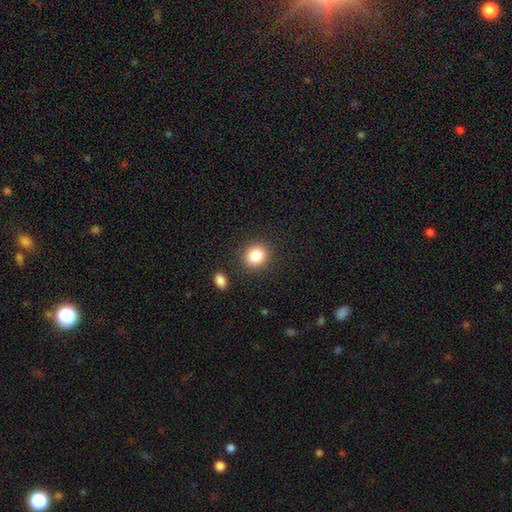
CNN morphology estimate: smooth 85%, star or artifact 10%, featured or disk 6%. Down the decision tree: how rounded — round (76%); merging — none (87%).